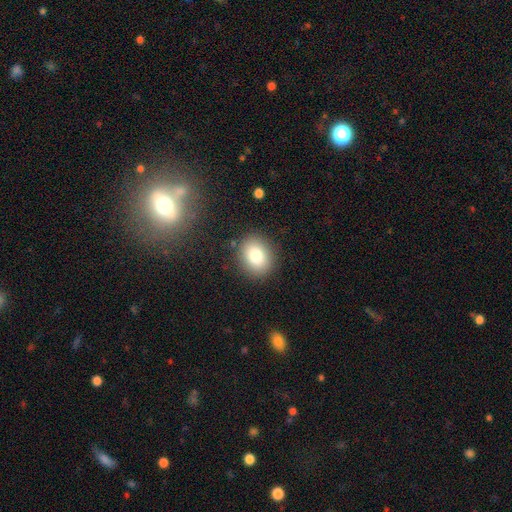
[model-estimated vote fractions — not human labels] smooth 82%, star or artifact 10%, featured or disk 9%. Down the decision tree: how rounded — round (59%); merging — none (87%).